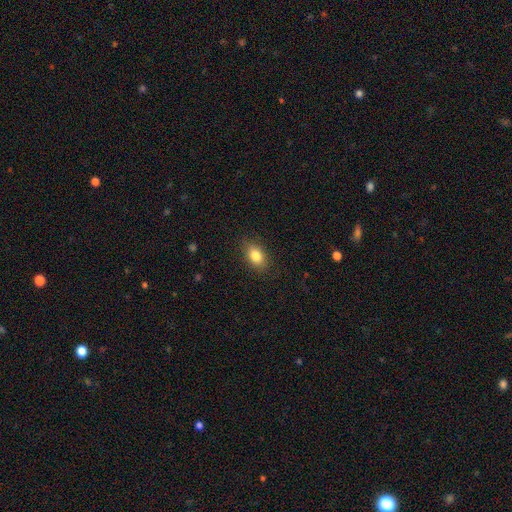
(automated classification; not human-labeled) smooth-or-featured: smooth: 83% | star or artifact: 9% | featured or disk: 8%
  how-rounded: in between: 84% | round: 14% | cigar-shaped: 2%
  merging: none: 85% | minor disturbance: 11% | major disturbance: 3% | merger: 1%